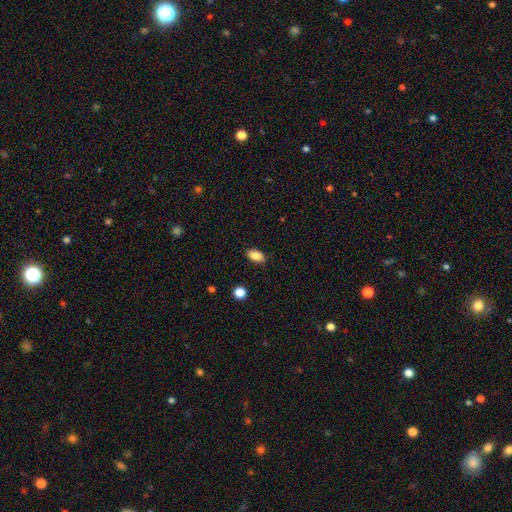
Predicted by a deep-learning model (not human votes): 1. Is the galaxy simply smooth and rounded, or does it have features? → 86% smooth, 8% star or artifact, 6% featured or disk.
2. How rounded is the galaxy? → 90% in between, 6% round, 4% cigar-shaped.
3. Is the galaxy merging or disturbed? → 85% none, 11% minor disturbance, 2% major disturbance, 1% merger.